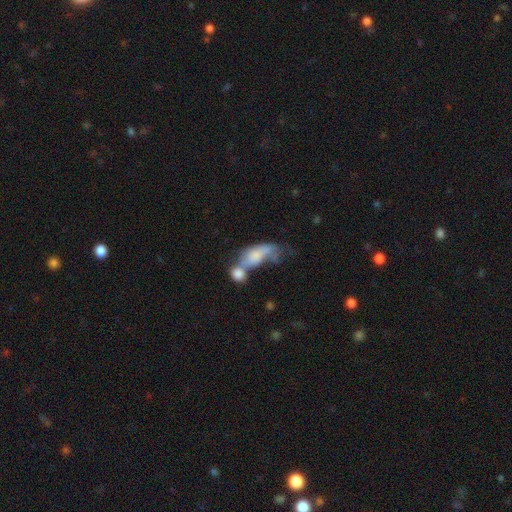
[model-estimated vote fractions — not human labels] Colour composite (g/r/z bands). It shows a smooth galaxy with no disk features (63%) that is in between round and cigar-shaped (77%). Merging: merger (63%).